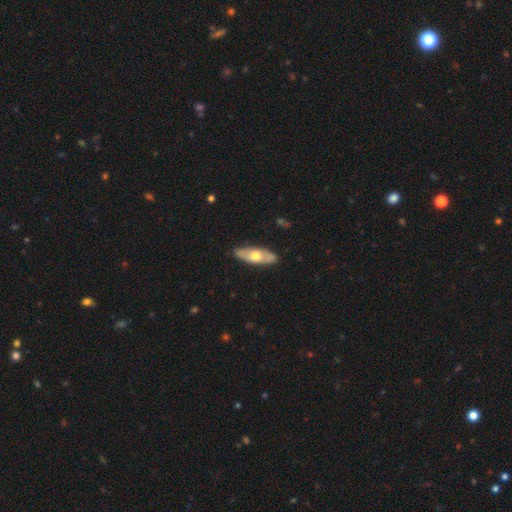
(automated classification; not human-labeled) Smooth or featured? Predicted: featured or disk (p=0.49). Merging? Predicted: none (p=0.85).